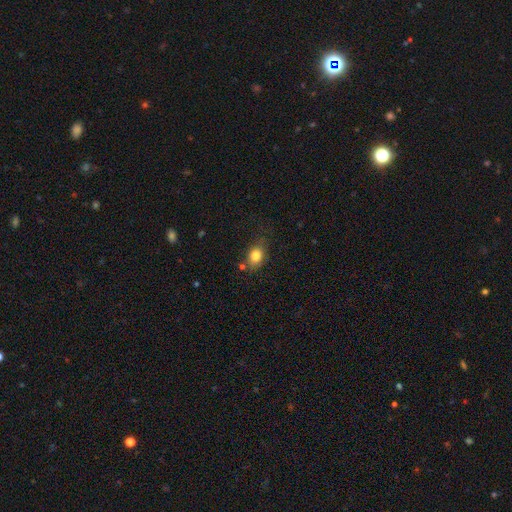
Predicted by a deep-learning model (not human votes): smooth_or_featured: smooth (p=0.82) [alt: star or artifact p=0.10]
how_rounded: in between (p=0.67) [alt: round p=0.31]
merging: none (p=0.68) [alt: minor disturbance p=0.21]